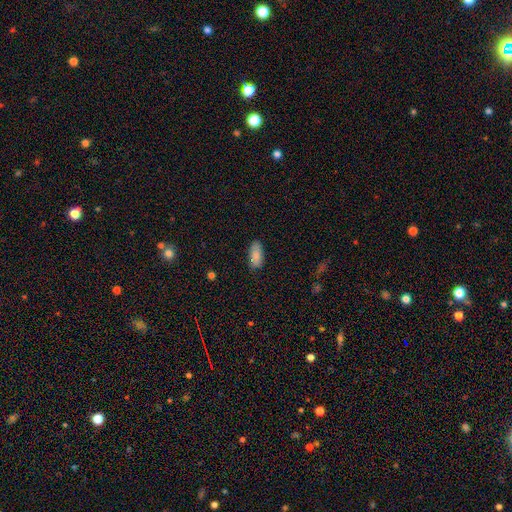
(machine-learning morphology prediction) This is clearly a smooth galaxy (86%). How rounded: clearly in between (88%). Merging: clearly none (81%).